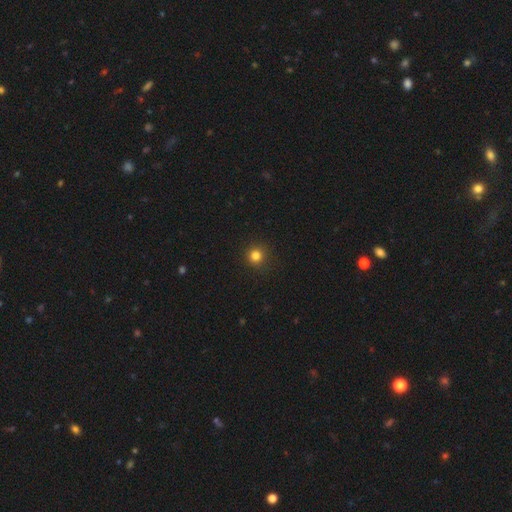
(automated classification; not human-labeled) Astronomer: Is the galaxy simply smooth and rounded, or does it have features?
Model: smooth — 82%.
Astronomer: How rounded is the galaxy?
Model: round — 95%.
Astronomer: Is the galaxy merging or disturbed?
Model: none — 92%.